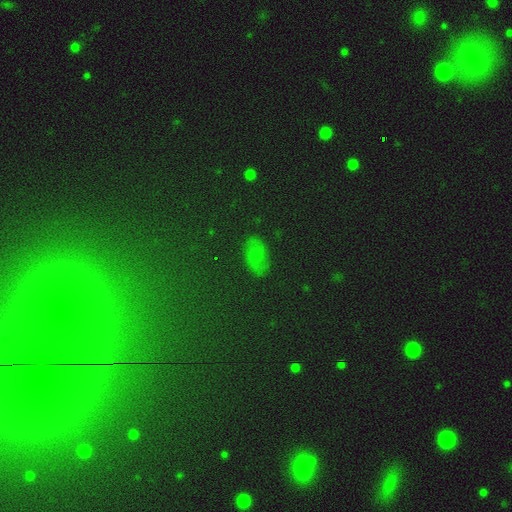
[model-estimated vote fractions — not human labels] A smooth galaxy with no disk features (44%).

Vote fractions:
- Smooth or featured? smooth: 44% / star or artifact: 36% / featured or disk: 19%
- Merging? none: 80% / minor disturbance: 14% / major disturbance: 4% / merger: 2%